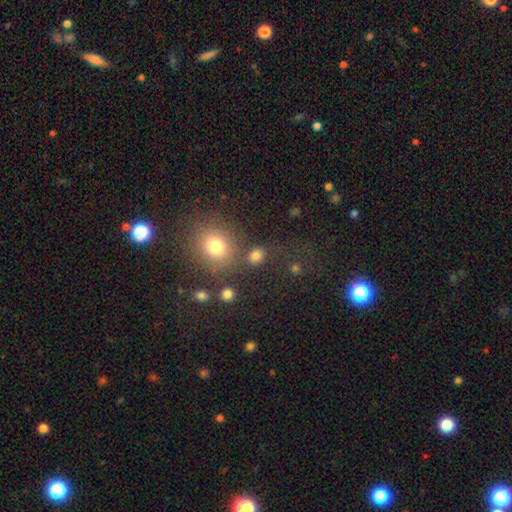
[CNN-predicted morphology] type=smooth (80%); roundness=round (56%); merging=none (71%).